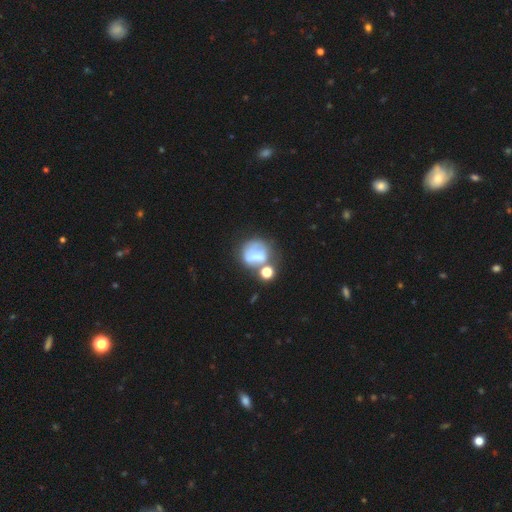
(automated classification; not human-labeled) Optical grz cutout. It shows a smooth galaxy with no disk features (53%) that is round (73%). Merging: none (34%).